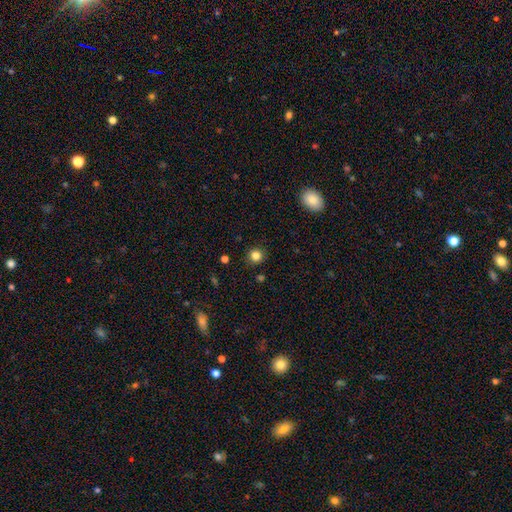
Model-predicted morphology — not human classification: This is clearly a smooth galaxy (83%). How rounded: clearly round (93%). Merging: clearly none (90%).